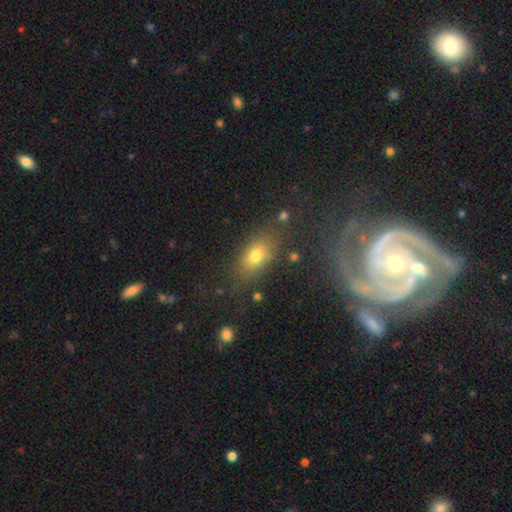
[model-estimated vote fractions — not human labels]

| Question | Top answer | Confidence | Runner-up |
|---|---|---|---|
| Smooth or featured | smooth | 70% | featured or disk (16%) |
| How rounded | in between | 78% | round (14%) |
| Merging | none | 75% | minor disturbance (14%) |